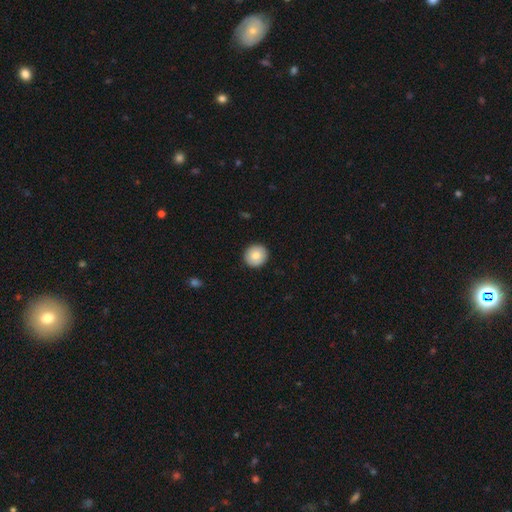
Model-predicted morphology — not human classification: The model was most divided on "smooth or featured": smooth: 85%, featured or disk: 8%, star or artifact: 7%. More confident: merging — none (92%); how rounded — round (89%).